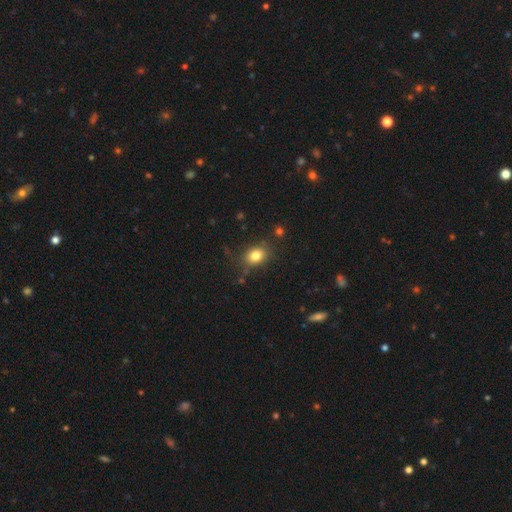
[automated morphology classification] type=smooth (81%); roundness=in between (56%); merging=none (78%).